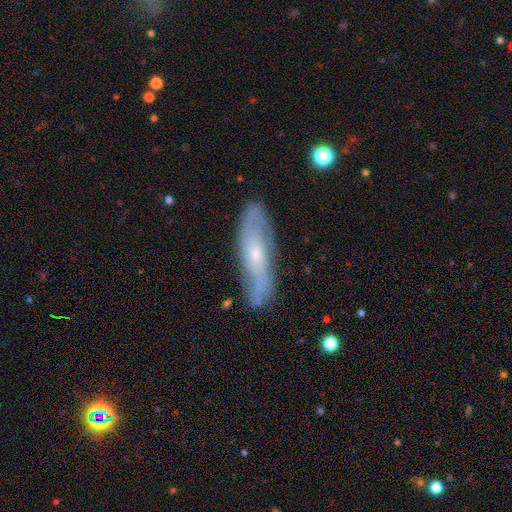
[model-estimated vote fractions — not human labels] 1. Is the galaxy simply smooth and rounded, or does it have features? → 69% featured or disk, 24% smooth, 7% star or artifact.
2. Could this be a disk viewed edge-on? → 70% no, 30% yes.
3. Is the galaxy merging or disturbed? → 78% none, 16% minor disturbance, 4% major disturbance, 2% merger.